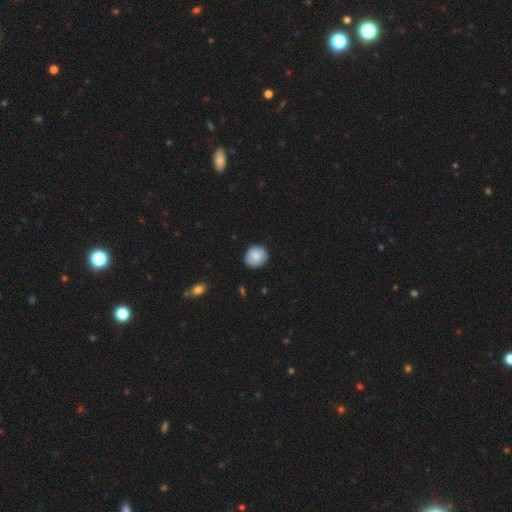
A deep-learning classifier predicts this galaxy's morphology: Smooth or featured? smooth (78%)
How rounded? round (80%)
Merging? none (83%)